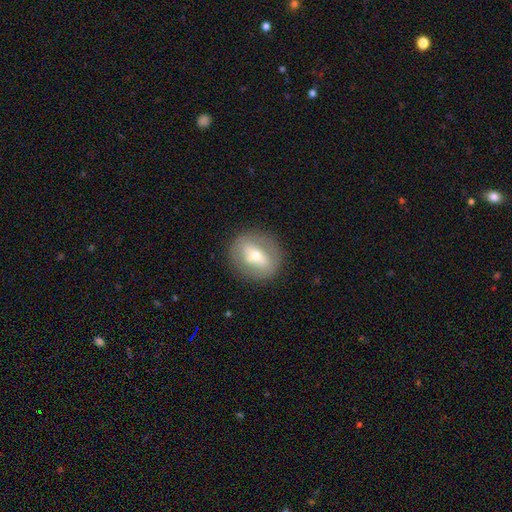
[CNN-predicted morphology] Smooth or featured? featured or disk (52%)
Edge-on disk? no (87%)
Merging? none (84%)